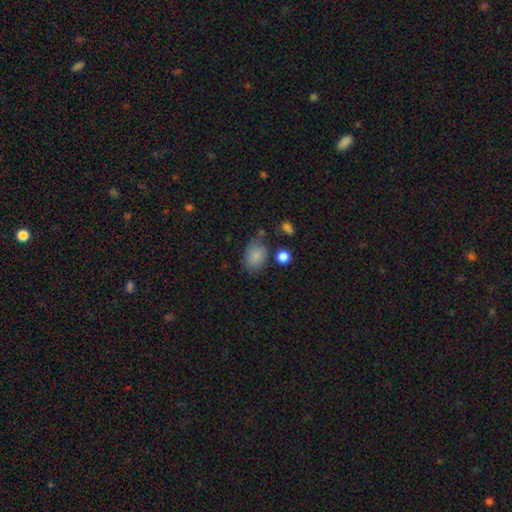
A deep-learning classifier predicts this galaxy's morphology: Smooth or featured?
  - smooth: 84% *
  - star or artifact: 9%
  - featured or disk: 7%
How rounded?
  - in between: 76% *
  - round: 22%
  - cigar-shaped: 1%
Merging?
  - none: 66% *
  - minor disturbance: 21%
  - merger: 6%
  - major disturbance: 6%